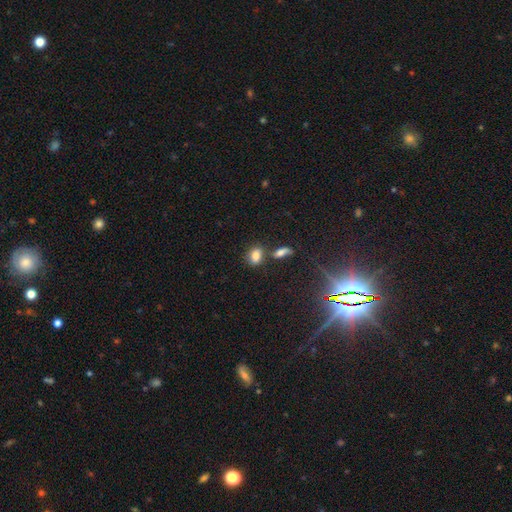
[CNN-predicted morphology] Q: Smooth or featured?
A: smooth (81%); runner-up: star or artifact (11%)
Q: How rounded?
A: in between (66%); runner-up: round (31%)
Q: Merging?
A: none (63%); runner-up: merger (21%)